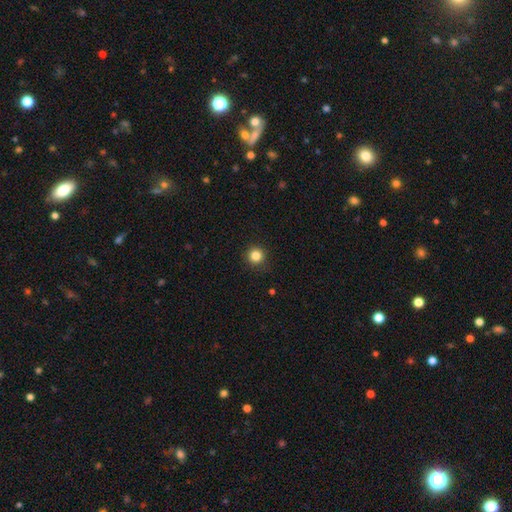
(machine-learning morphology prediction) smooth_or_featured: smooth (p=0.84) [alt: star or artifact p=0.12]
how_rounded: round (p=0.95) [alt: in between p=0.04]
merging: none (p=0.91) [alt: minor disturbance p=0.06]